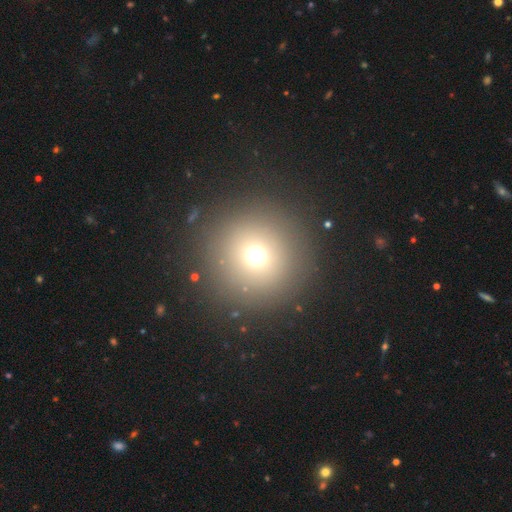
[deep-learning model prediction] The model was most divided on "smooth or featured": smooth: 69%, star or artifact: 21%, featured or disk: 10%. More confident: how rounded — round (96%); merging — none (89%).